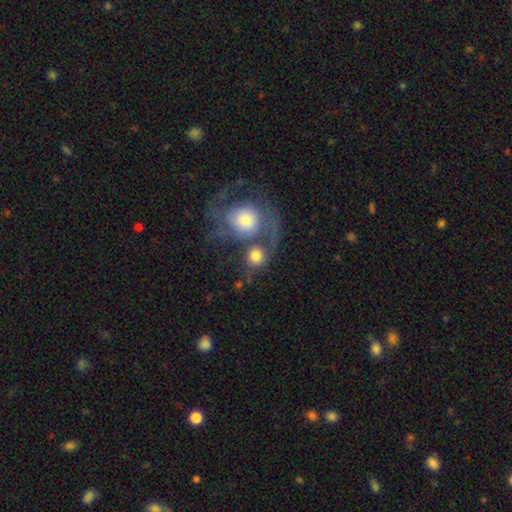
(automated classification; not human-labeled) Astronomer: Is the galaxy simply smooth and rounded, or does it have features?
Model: smooth — 62%.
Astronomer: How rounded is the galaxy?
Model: round — 83%.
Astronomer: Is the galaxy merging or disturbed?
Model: merger — 54%.